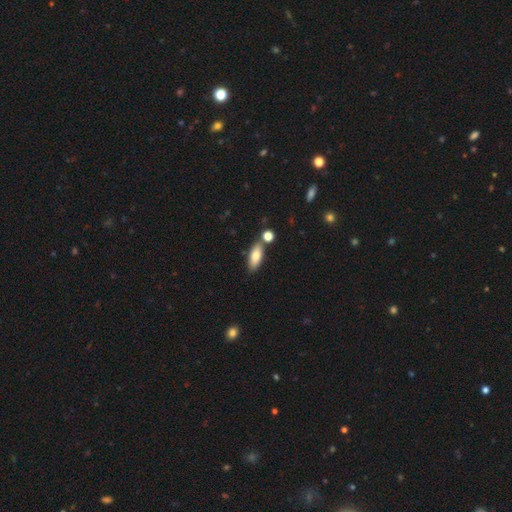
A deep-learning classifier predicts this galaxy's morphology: Q: Smooth or featured?
A: smooth (77%); runner-up: featured or disk (16%)
Q: How rounded?
A: in between (75%); runner-up: cigar-shaped (22%)
Q: Merging?
A: none (72%); runner-up: merger (13%)